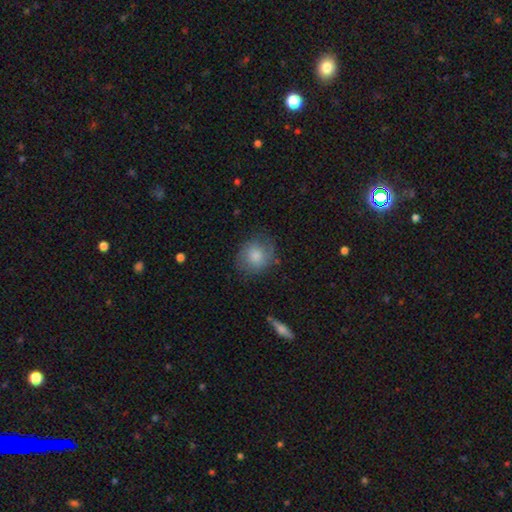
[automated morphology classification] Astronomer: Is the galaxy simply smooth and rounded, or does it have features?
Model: smooth — 75%.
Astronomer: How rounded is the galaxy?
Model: round — 75%.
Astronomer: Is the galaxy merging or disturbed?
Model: none — 70%.